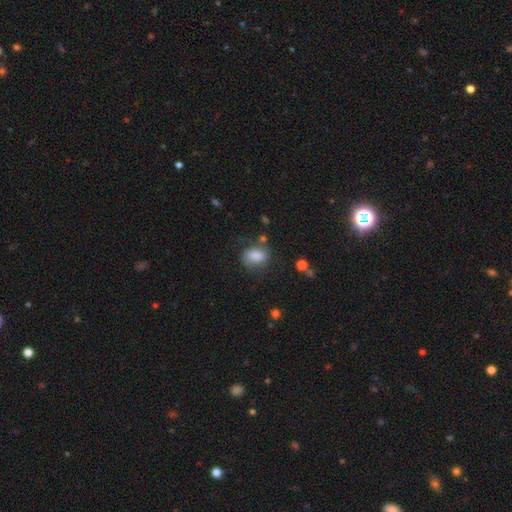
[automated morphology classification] smooth-or-featured: smooth: 72% | featured or disk: 20% | star or artifact: 9%
  how-rounded: in between: 71% | round: 27% | cigar-shaped: 2%
  merging: none: 59% | minor disturbance: 23% | major disturbance: 12% | merger: 5%